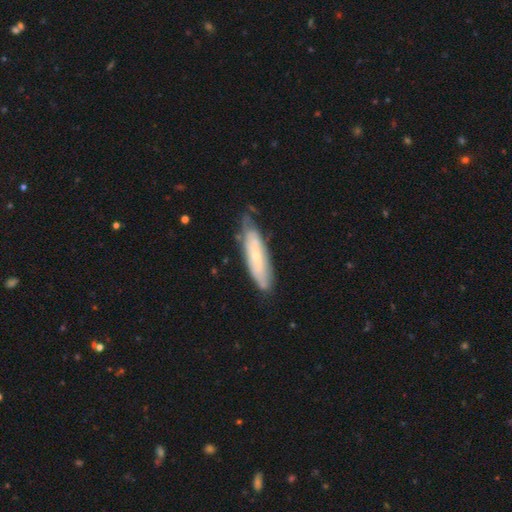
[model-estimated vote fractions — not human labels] smooth_or_featured: featured or disk (p=0.59) [alt: smooth p=0.34]
disk_edge_on: no (p=0.66) [alt: yes p=0.34]
merging: none (p=0.66) [alt: minor disturbance p=0.26]